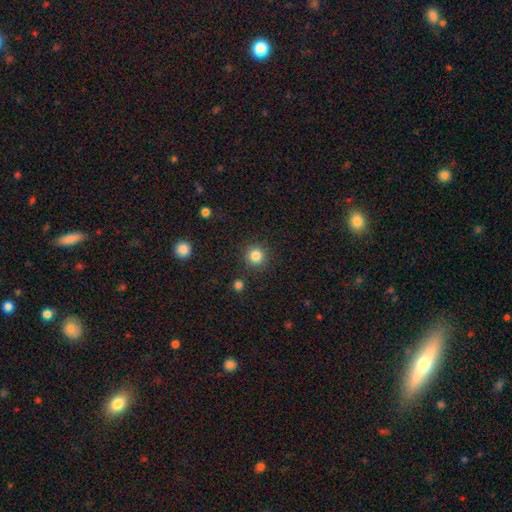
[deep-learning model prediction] smooth-or-featured: smooth: 84% | star or artifact: 11% | featured or disk: 5%
  how-rounded: round: 94% | in between: 5% | cigar-shaped: 1%
  merging: none: 89% | minor disturbance: 6% | major disturbance: 3% | merger: 2%